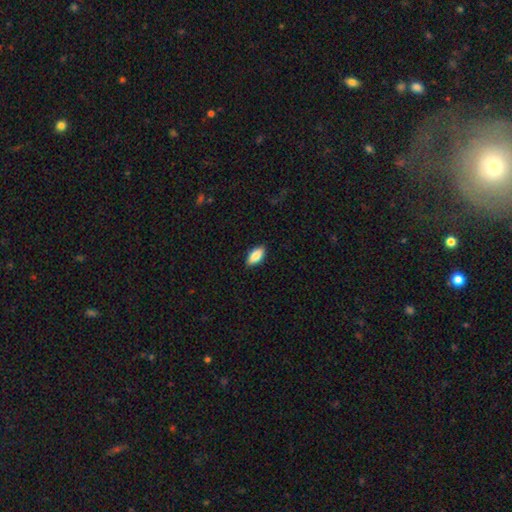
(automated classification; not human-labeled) Morphology: type=smooth (84%); roundness=in between (87%); merging=none (88%).